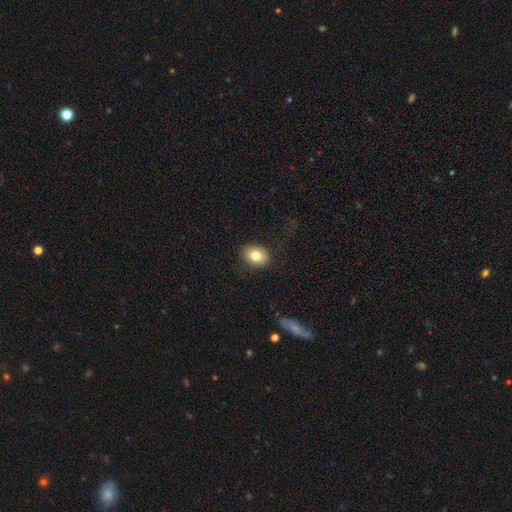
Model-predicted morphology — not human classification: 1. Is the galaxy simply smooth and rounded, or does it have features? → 80% smooth, 11% featured or disk, 9% star or artifact.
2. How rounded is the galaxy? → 60% in between, 39% round, 1% cigar-shaped.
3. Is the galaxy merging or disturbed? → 82% none, 13% minor disturbance, 4% major disturbance, 1% merger.